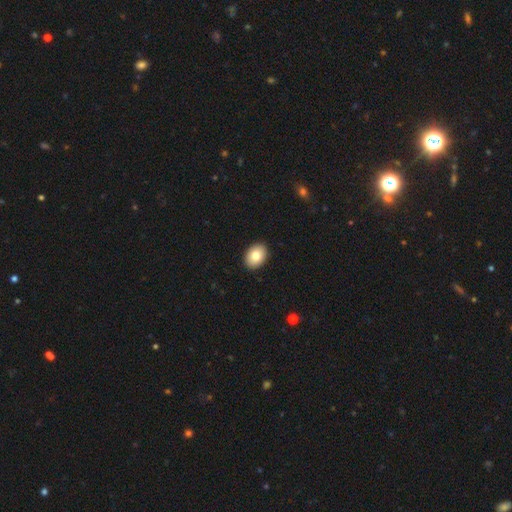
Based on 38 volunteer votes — A smooth galaxy with no disk features (92%) that is in between round and cigar-shaped (80%). Merging: none (100%).